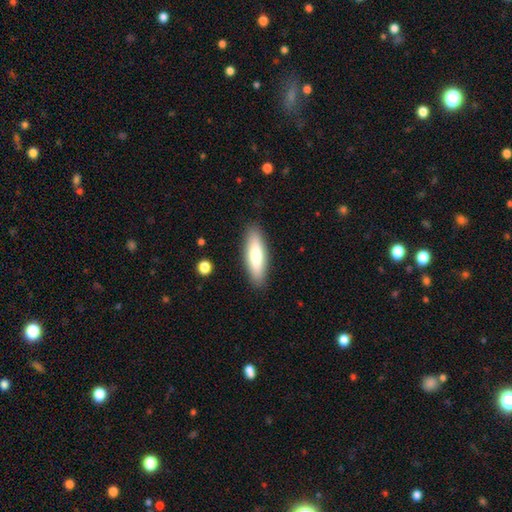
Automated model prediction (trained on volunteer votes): Q: Smooth or featured?
A: smooth (73%); runner-up: featured or disk (21%)
Q: How rounded?
A: cigar-shaped (55%); runner-up: in between (43%)
Q: Merging?
A: none (88%); runner-up: minor disturbance (9%)